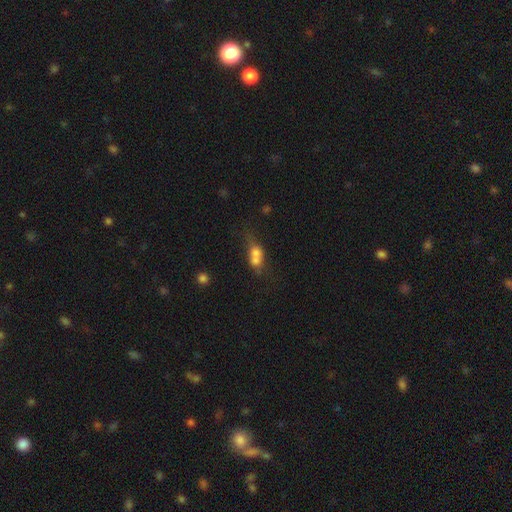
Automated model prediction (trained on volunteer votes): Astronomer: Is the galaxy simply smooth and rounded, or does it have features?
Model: smooth — 62%.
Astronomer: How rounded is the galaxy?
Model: in between — 51% (runner-up: round, 42%).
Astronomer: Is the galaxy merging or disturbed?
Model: merger — 63%.